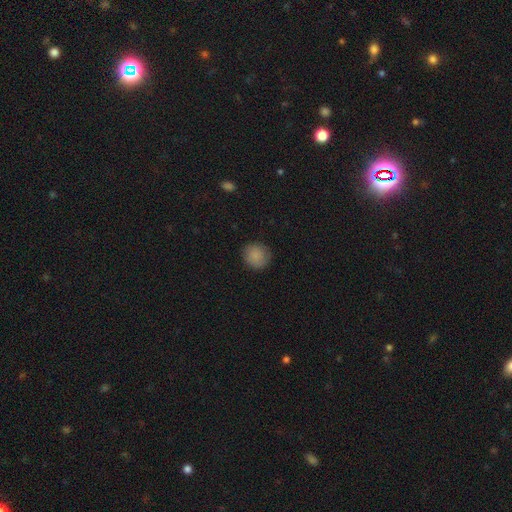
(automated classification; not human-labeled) Smooth or featured?
  - smooth: 87% *
  - star or artifact: 9%
  - featured or disk: 4%
How rounded?
  - round: 90% *
  - in between: 9%
  - cigar-shaped: 1%
Merging?
  - none: 87% *
  - minor disturbance: 9%
  - major disturbance: 3%
  - merger: 1%